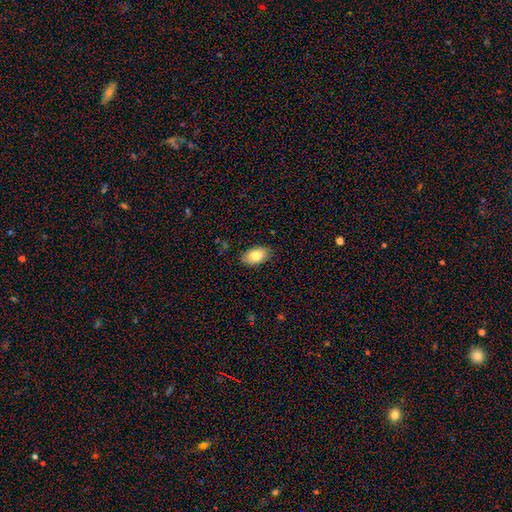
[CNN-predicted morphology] Smooth or featured: smooth — 82% (featured or disk — 11%)
How rounded: in between — 92% (round — 7%)
Merging: none — 86% (minor disturbance — 11%)